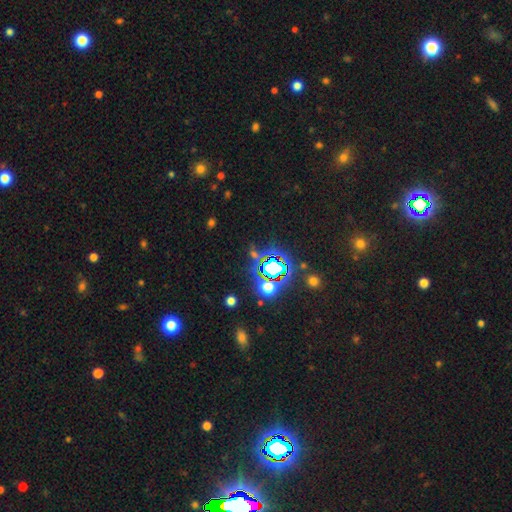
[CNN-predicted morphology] smooth-or-featured: star or artifact: 76% | smooth: 15% | featured or disk: 9%